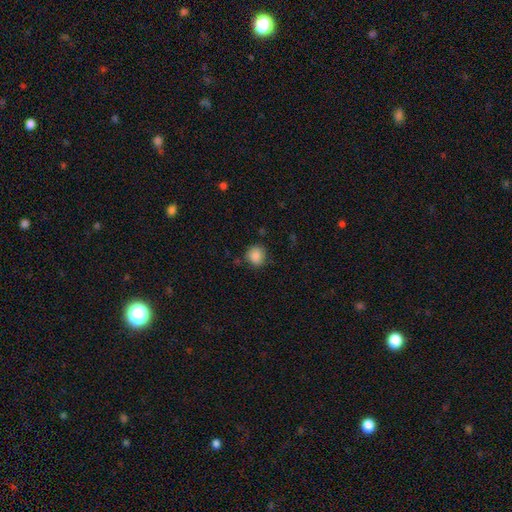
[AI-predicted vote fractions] This appears to be a smooth galaxy with no disk features (87%) that is round (87%). Merging: none (80%).